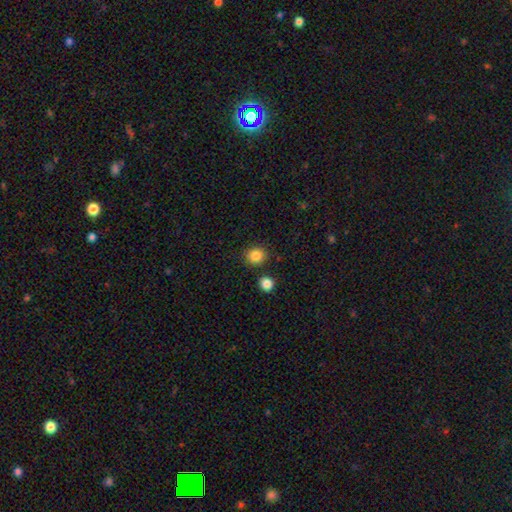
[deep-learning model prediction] Smooth or featured: smooth — 85% (star or artifact — 10%)
How rounded: round — 84% (in between — 15%)
Merging: none — 85% (minor disturbance — 7%)